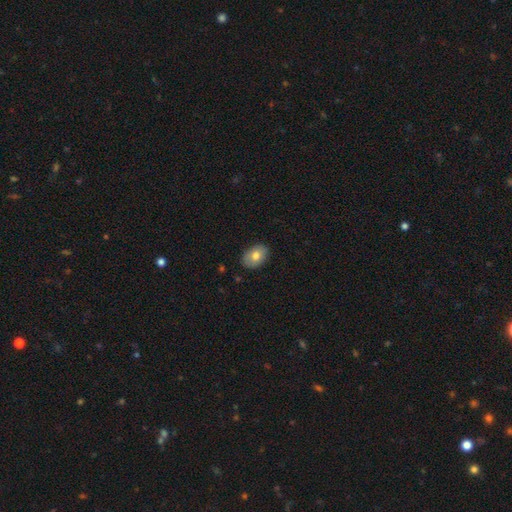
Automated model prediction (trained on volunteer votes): A smooth galaxy with no disk features (76%) that is in between round and cigar-shaped (85%).

Vote fractions:
- Smooth or featured? smooth: 76% / featured or disk: 17% / star or artifact: 7%
- How rounded? in between: 85% / round: 14% / cigar-shaped: 1%
- Merging? none: 86% / minor disturbance: 11% / major disturbance: 2% / merger: 1%